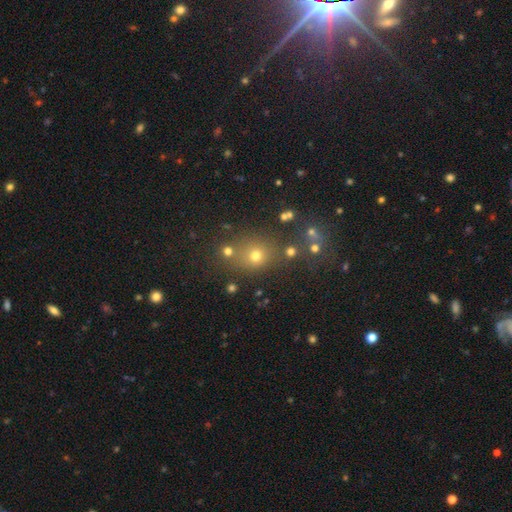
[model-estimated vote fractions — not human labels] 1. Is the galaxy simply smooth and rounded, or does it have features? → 64% smooth, 26% star or artifact, 10% featured or disk.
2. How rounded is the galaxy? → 73% round, 25% in between, 1% cigar-shaped.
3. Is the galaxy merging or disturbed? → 71% none, 12% minor disturbance, 12% merger, 6% major disturbance.